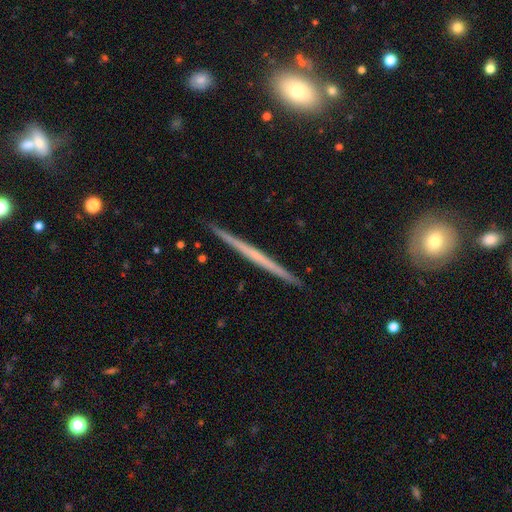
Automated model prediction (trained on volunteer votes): This appears to be a featured or disk galaxy (66%) viewed edge-on (98%) with no central bulge (83%). Merging: none (91%).